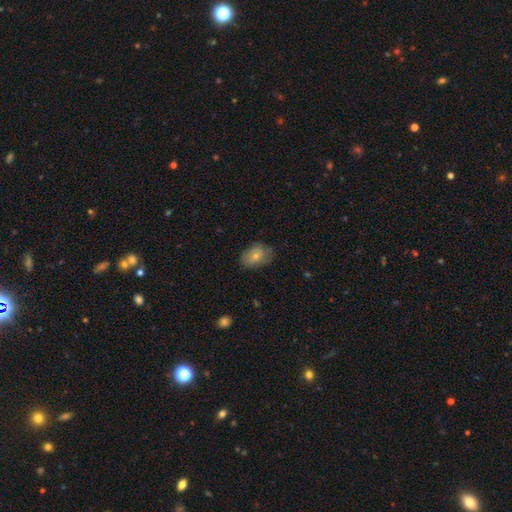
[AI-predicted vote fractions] Smooth or featured? Predicted: smooth (p=0.75). How rounded? Predicted: in between (p=0.83). Merging? Predicted: none (p=0.72).